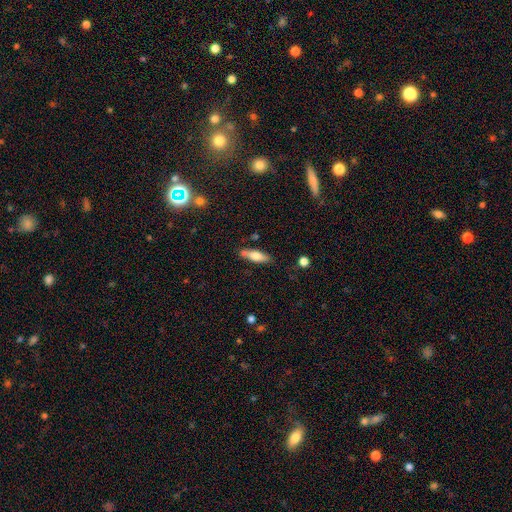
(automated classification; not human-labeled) This is likely a smooth galaxy (63%). How rounded: possibly cigar-shaped (53%). Merging: likely none (77%).